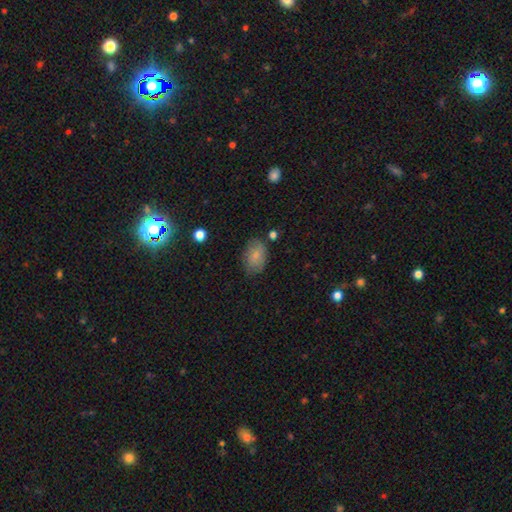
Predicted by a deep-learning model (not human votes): smooth-or-featured: smooth: 80% | featured or disk: 11% | star or artifact: 8%
  how-rounded: in between: 83% | round: 16% | cigar-shaped: 1%
  merging: none: 73% | minor disturbance: 20% | major disturbance: 5% | merger: 2%